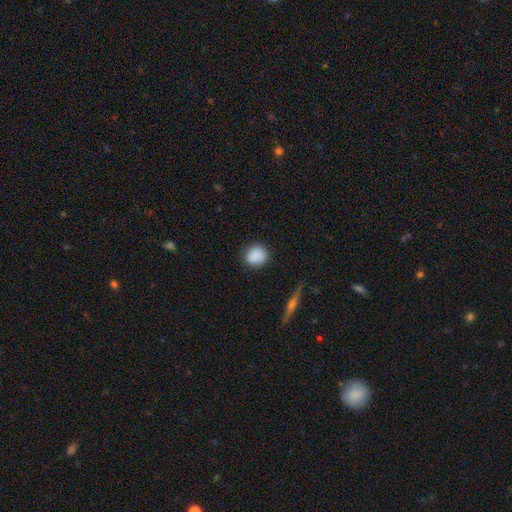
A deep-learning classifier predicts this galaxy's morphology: smooth 88%, star or artifact 8%, featured or disk 4%. Down the decision tree: how rounded — round (77%); merging — none (84%).